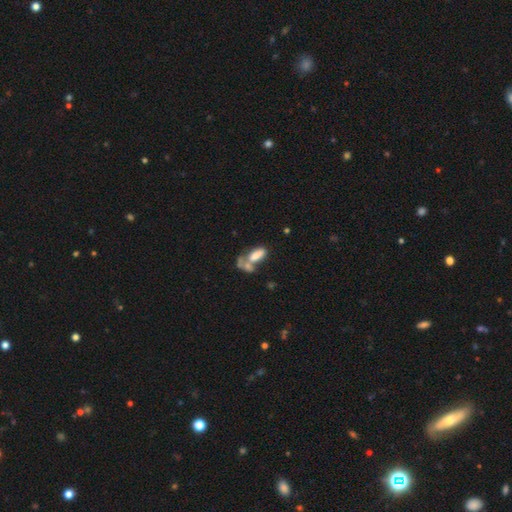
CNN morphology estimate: A smooth galaxy with no disk features (69%) that is in between round and cigar-shaped (84%).

Vote fractions:
- Smooth or featured? smooth: 69% / featured or disk: 21% / star or artifact: 10%
- How rounded? in between: 84% / cigar-shaped: 12% / round: 4%
- Merging? merger: 56% / none: 22% / major disturbance: 12% / minor disturbance: 10%